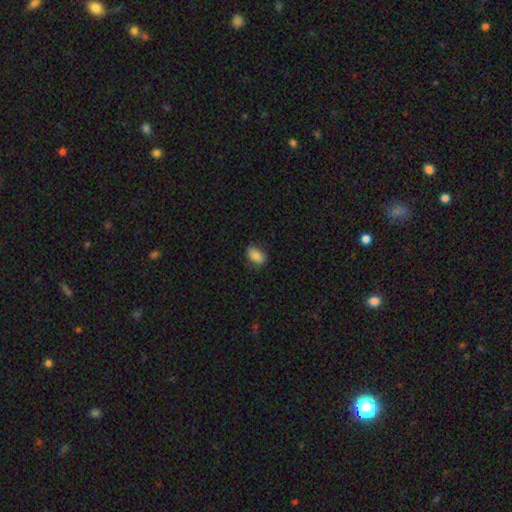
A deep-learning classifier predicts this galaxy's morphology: The model was most divided on "merging": none: 78%, minor disturbance: 17%, major disturbance: 4%, merger: 1%. More confident: how rounded — in between (88%); smooth or featured — smooth (85%).